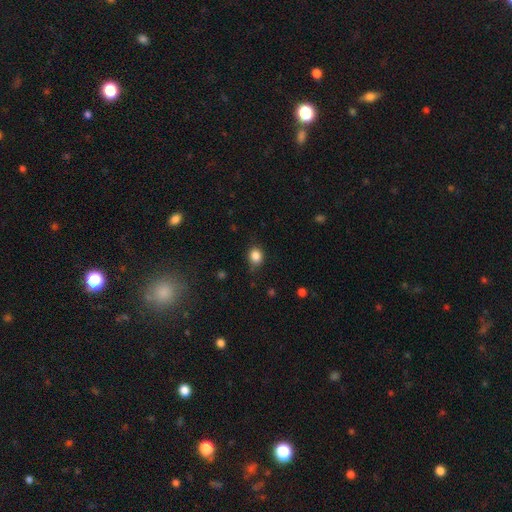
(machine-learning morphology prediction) smooth 85%, star or artifact 11%, featured or disk 4%. Down the decision tree: how rounded — round (67%); merging — none (74%).